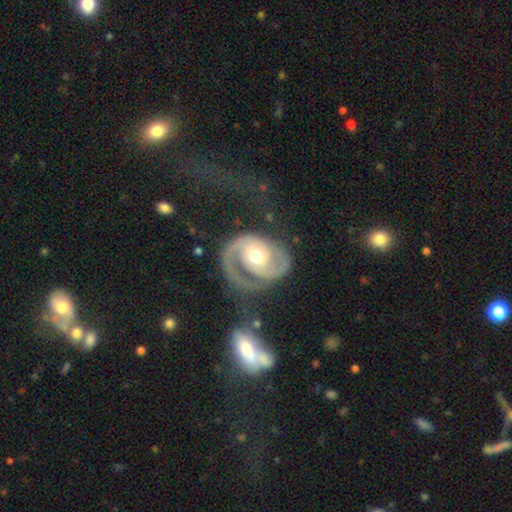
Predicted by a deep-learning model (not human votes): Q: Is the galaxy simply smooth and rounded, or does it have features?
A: featured or disk — 89%.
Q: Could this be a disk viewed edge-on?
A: no — 98%.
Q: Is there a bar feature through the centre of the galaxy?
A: no — 64%.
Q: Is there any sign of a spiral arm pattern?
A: yes — 96%.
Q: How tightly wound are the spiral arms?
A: tight — 47%.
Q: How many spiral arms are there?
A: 2 — 55%.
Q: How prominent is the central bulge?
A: moderate — 76%.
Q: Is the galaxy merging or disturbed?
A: none — 47%.